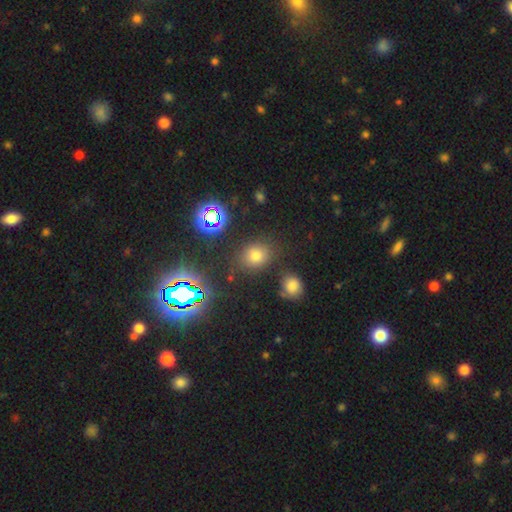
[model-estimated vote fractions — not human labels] A smooth galaxy with no disk features (63%) that is round (66%). Merging: none (82%).